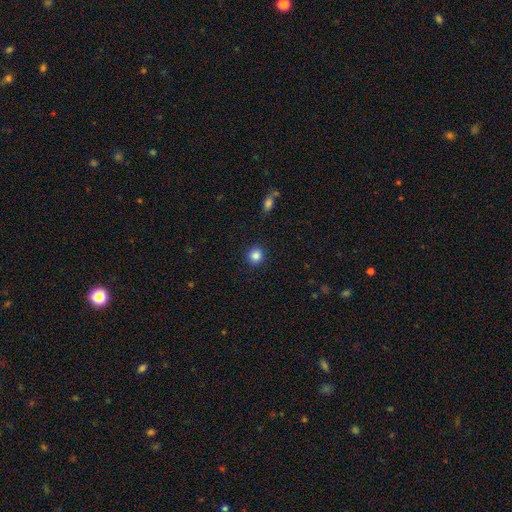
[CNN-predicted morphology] Smooth or featured: smooth — 86% (star or artifact — 10%)
How rounded: round — 89% (in between — 10%)
Merging: none — 91% (minor disturbance — 6%)